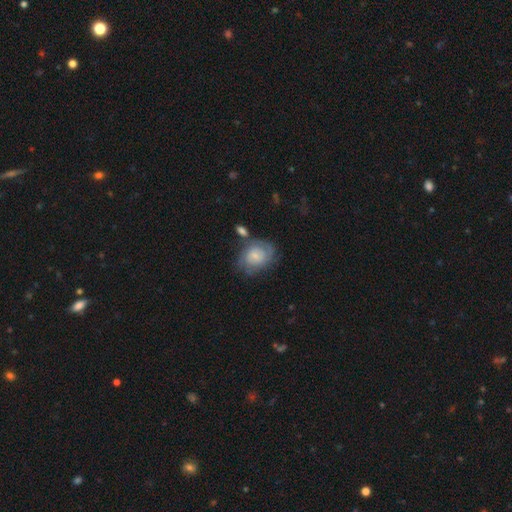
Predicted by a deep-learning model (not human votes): Smooth or featured? featured or disk (50%)
Merging? none (55%)